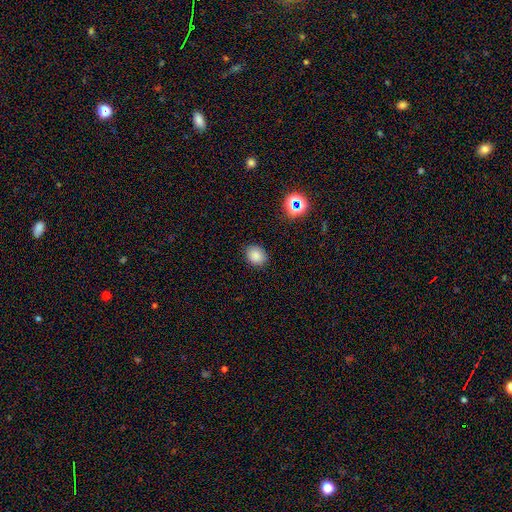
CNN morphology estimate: Smooth or featured? smooth (81%)
How rounded? round (53%)
Merging? none (86%)